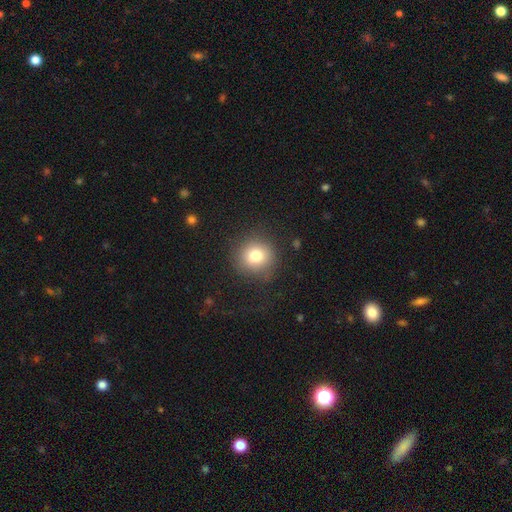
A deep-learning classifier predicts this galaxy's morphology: Smooth or featured: smooth — 79% (star or artifact — 11%)
How rounded: round — 90% (in between — 9%)
Merging: none — 83% (minor disturbance — 11%)